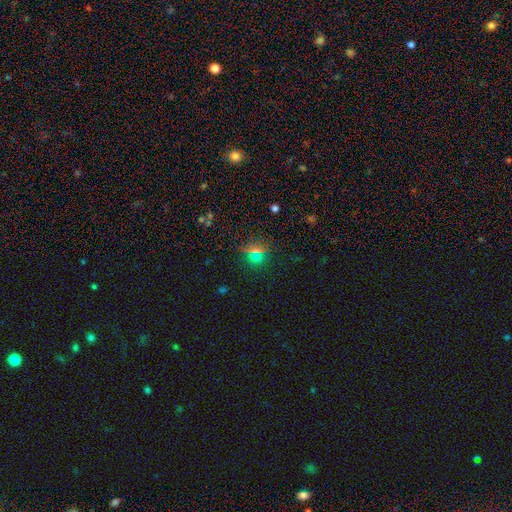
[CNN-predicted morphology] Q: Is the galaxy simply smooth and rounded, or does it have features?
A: smooth — 52%.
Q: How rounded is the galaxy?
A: round — 86%.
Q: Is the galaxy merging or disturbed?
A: none — 81%.